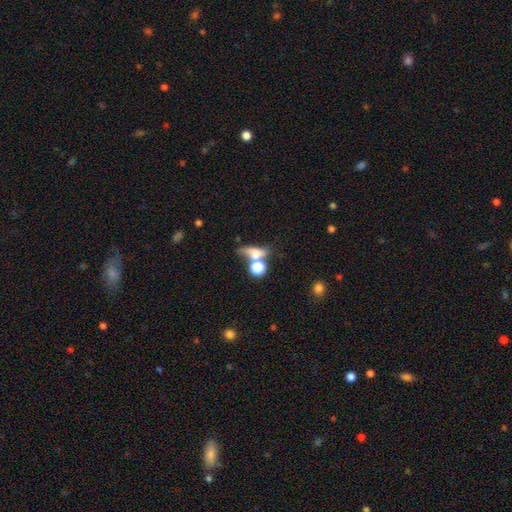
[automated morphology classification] This appears to be a smooth galaxy with no disk features (61%) that is in between round and cigar-shaped (46%). Merging: merger (38%).